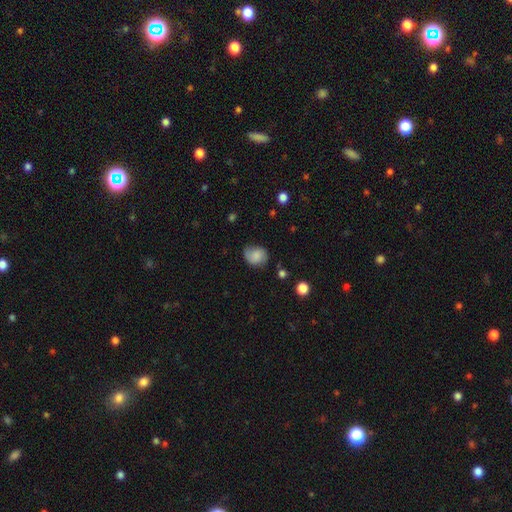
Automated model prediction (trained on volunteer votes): This appears to be a smooth galaxy with no disk features (66%) that is round (58%). Merging: none (69%).